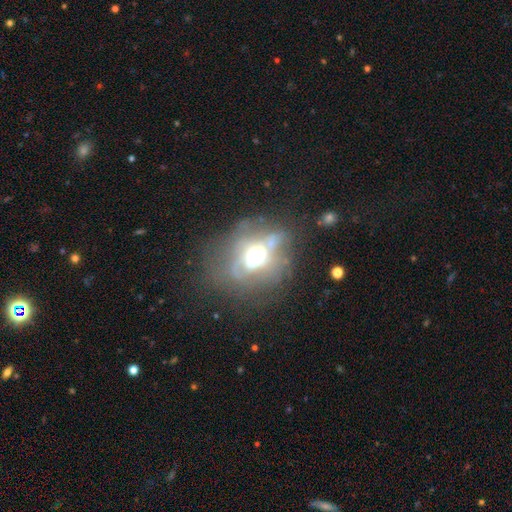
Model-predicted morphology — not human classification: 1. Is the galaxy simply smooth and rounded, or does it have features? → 58% featured or disk, 25% smooth, 16% star or artifact.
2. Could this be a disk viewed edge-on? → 92% no, 8% yes.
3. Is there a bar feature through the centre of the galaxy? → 72% no, 18% weak, 9% strong.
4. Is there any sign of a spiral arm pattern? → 62% no, 38% yes.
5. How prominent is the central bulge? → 43% moderate, 40% large, 12% dominant, 4% small, 2% none.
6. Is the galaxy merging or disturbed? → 41% none, 32% major disturbance, 21% minor disturbance, 6% merger.